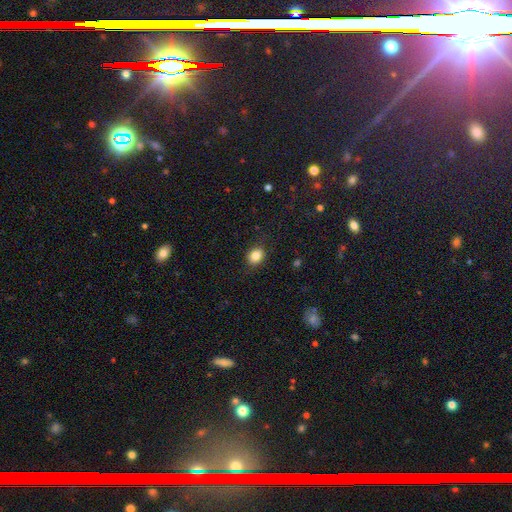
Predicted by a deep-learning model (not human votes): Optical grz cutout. It shows a smooth galaxy with no disk features (83%) that is round (61%). Merging: none (85%).